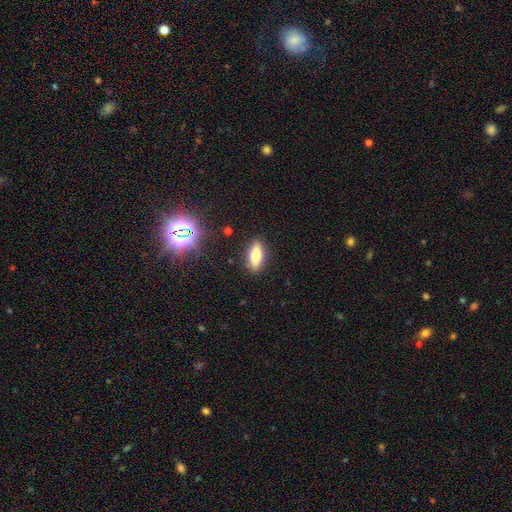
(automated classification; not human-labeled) Smooth or featured?
  - smooth: 68% *
  - featured or disk: 21%
  - star or artifact: 11%
How rounded?
  - in between: 69% *
  - cigar-shaped: 28%
  - round: 3%
Merging?
  - none: 87% *
  - minor disturbance: 9%
  - major disturbance: 2%
  - merger: 2%